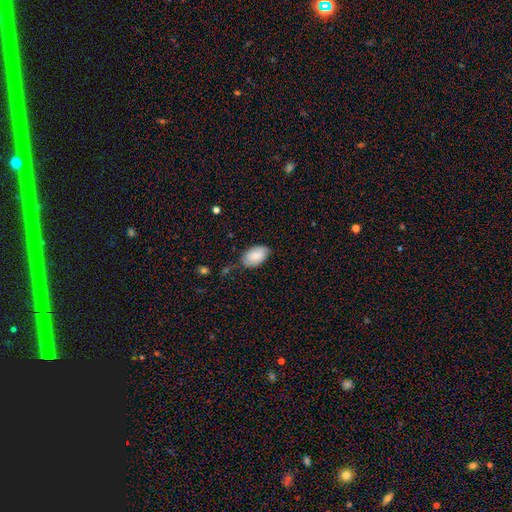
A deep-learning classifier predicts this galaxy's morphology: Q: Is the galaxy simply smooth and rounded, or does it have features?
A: smooth — 83%.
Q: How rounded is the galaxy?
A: in between — 93%.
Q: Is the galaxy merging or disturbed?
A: none — 72%.